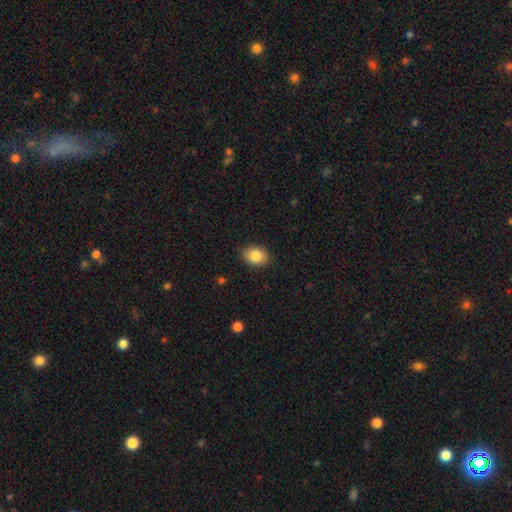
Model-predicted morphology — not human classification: smooth-or-featured: smooth: 85% | star or artifact: 8% | featured or disk: 7%
  how-rounded: in between: 71% | round: 28% | cigar-shaped: 1%
  merging: none: 88% | minor disturbance: 9% | major disturbance: 2% | merger: 1%